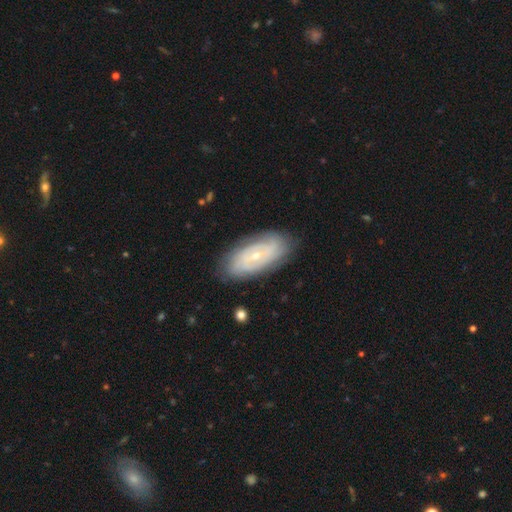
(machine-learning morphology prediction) The model was most divided on "spiral arm count": can't tell: 47%, 2: 32%, 3: 9%, 4: 5%, 1: 4%, more than 4: 3%. More confident: edge-on disk — no (92%); merging — none (83%); spiral arms — yes (82%); bar — no (76%); bulge size — small (74%); smooth or featured — featured or disk (70%); spiral winding — tight (69%).